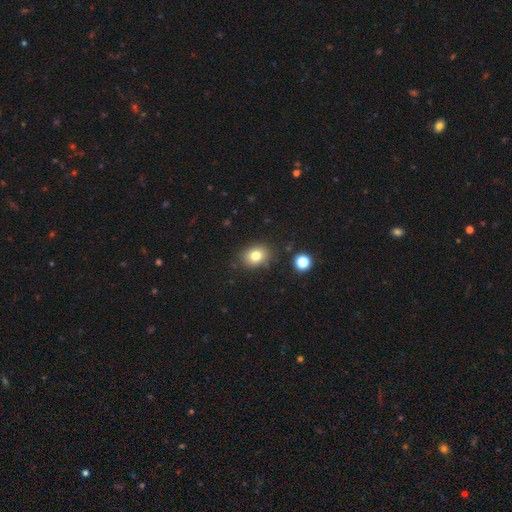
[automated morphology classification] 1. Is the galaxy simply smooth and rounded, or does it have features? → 79% smooth, 12% star or artifact, 9% featured or disk.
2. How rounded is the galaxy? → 50% round, 49% in between, 1% cigar-shaped.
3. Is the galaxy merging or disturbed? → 83% none, 11% minor disturbance, 3% major disturbance, 3% merger.